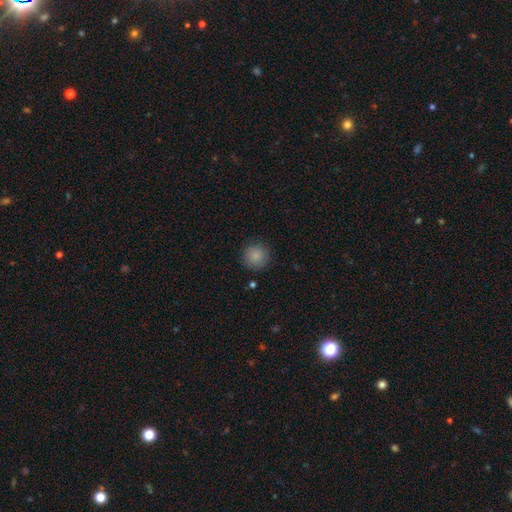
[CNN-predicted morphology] type=smooth (86%); roundness=round (94%); merging=none (88%).